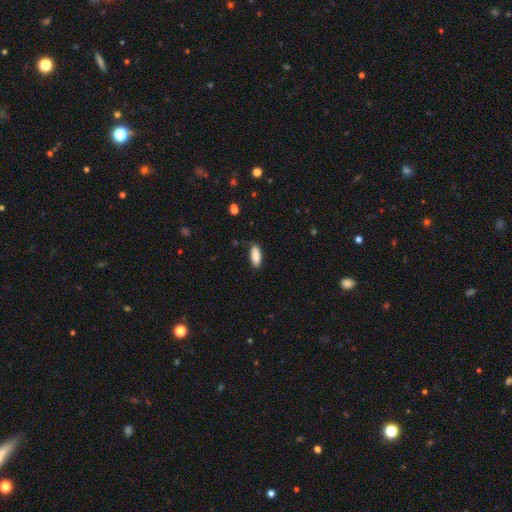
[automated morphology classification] Smooth or featured? smooth (88%)
How rounded? in between (75%)
Merging? none (74%)